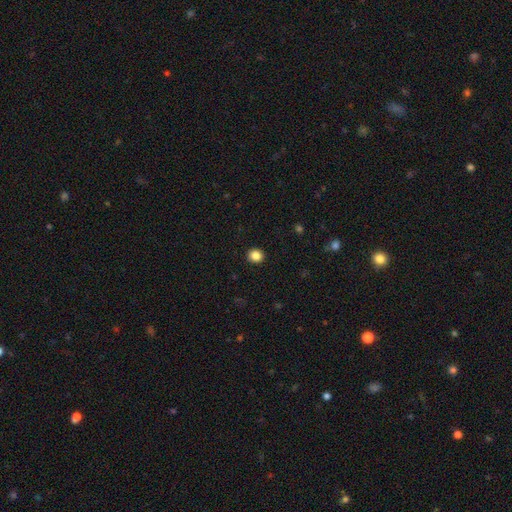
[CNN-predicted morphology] A smooth galaxy with no disk features (86%) that is round (83%). Merging: none (93%).